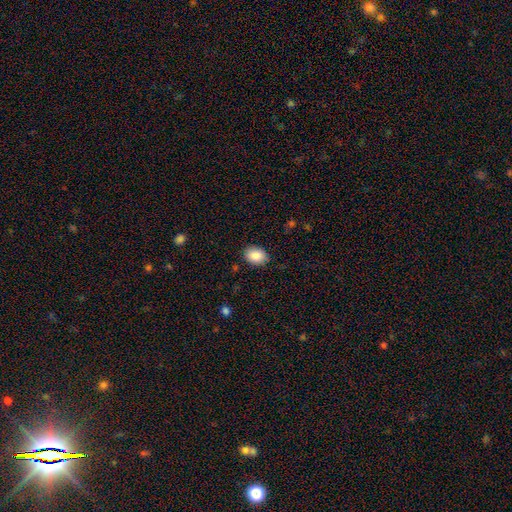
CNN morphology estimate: smooth 88%, star or artifact 7%, featured or disk 5%. Down the decision tree: how rounded — in between (70%); merging — none (87%).